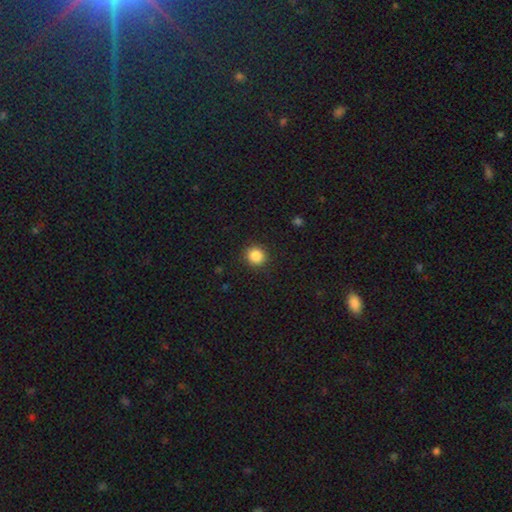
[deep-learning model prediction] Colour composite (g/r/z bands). It shows a smooth galaxy with no disk features (87%) that is round (90%). Merging: none (90%).